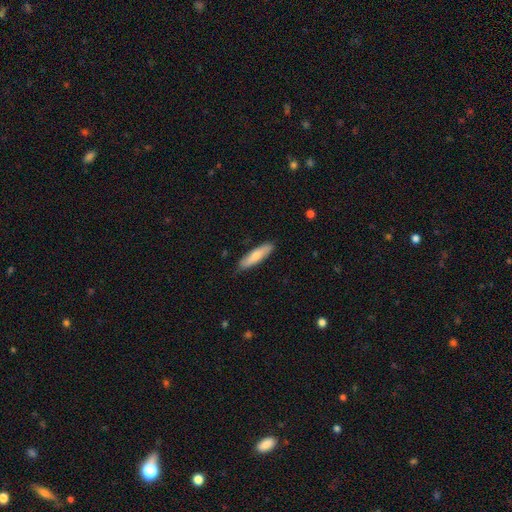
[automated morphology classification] A smooth galaxy with no disk features (73%) that is cigar-shaped (71%).

Vote fractions:
- Smooth or featured? smooth: 73% / featured or disk: 21% / star or artifact: 5%
- How rounded? cigar-shaped: 71% / in between: 28% / round: 2%
- Merging? none: 85% / minor disturbance: 12% / major disturbance: 2% / merger: 1%